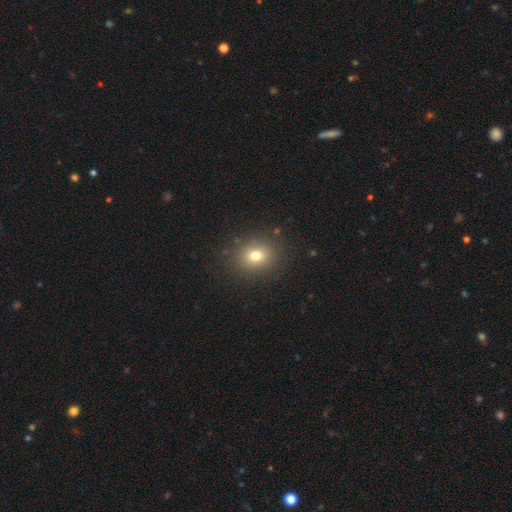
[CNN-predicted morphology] Smooth or featured: smooth — 76% (star or artifact — 15%)
How rounded: round — 67% (in between — 32%)
Merging: none — 87% (minor disturbance — 8%)